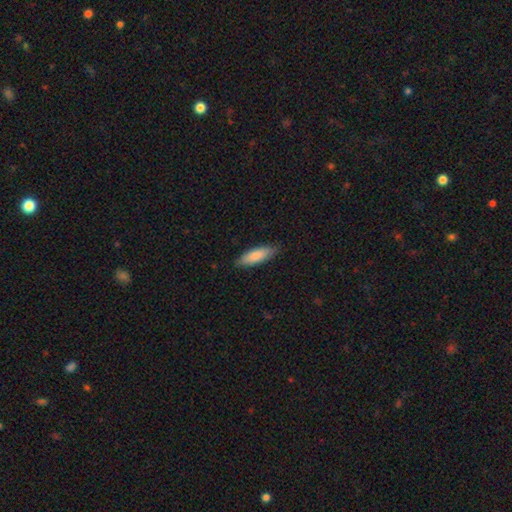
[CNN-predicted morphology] smooth_or_featured: smooth (p=0.83) [alt: featured or disk p=0.12]
how_rounded: in between (p=0.59) [alt: cigar-shaped p=0.39]
merging: none (p=0.84) [alt: minor disturbance p=0.12]